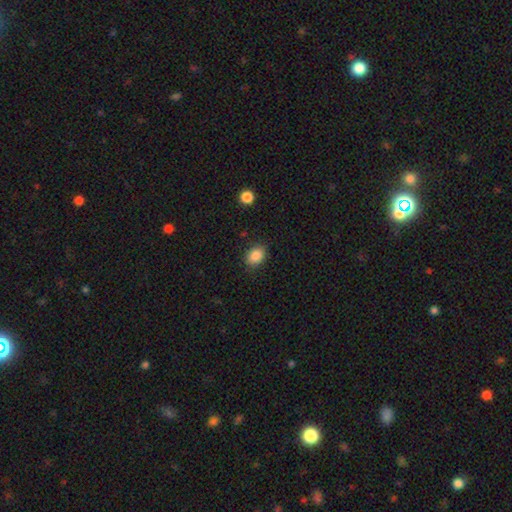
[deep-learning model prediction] Morphology: type=smooth (85%); roundness=in between (64%); merging=none (85%).